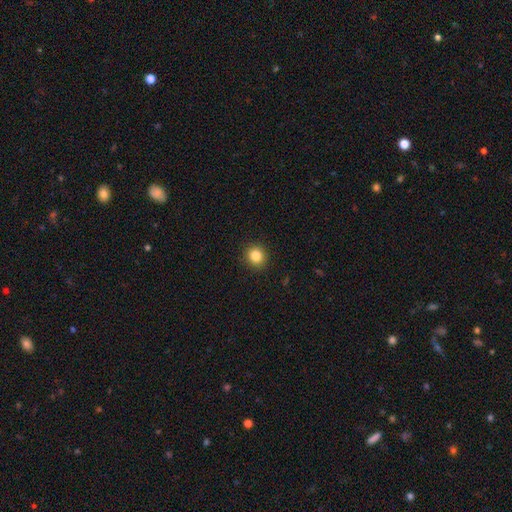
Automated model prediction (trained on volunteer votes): Smooth or featured? Predicted: smooth (p=0.84). How rounded? Predicted: round (p=0.88). Merging? Predicted: none (p=0.91).